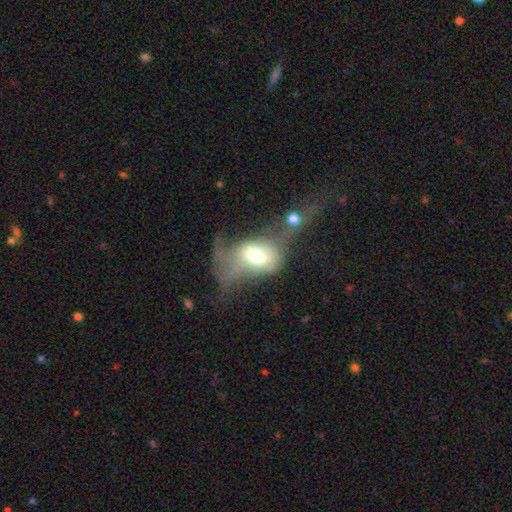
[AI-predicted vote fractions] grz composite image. It shows a smooth galaxy with no disk features (50%) that is in between round and cigar-shaped (76%). Merging: major disturbance (47%).